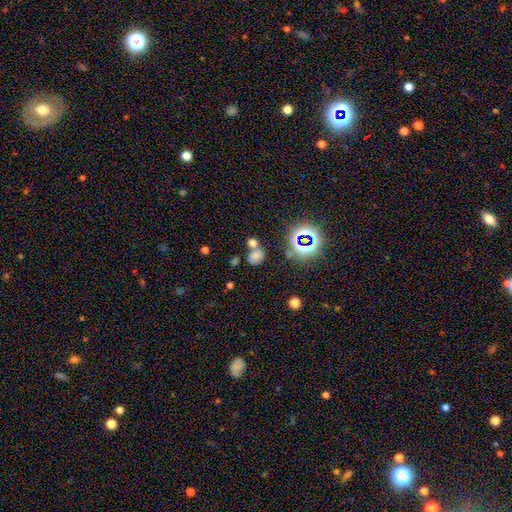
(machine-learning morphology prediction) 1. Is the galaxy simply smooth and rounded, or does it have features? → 62% smooth, 28% star or artifact, 10% featured or disk.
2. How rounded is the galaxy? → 56% in between, 42% round, 1% cigar-shaped.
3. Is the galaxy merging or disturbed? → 50% none, 32% merger, 12% minor disturbance, 6% major disturbance.